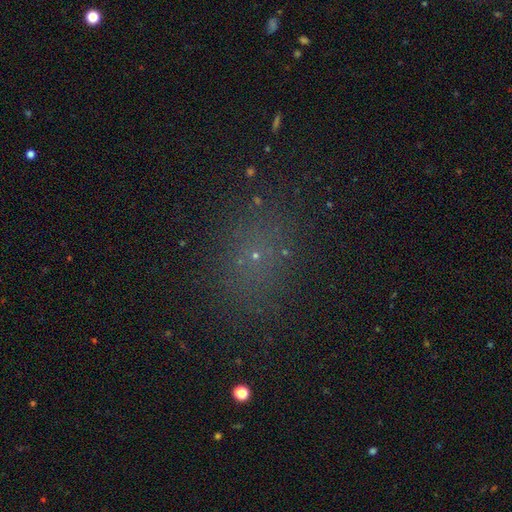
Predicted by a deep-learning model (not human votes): Smooth or featured? smooth (54%)
How rounded? round (51%)
Merging? none (83%)